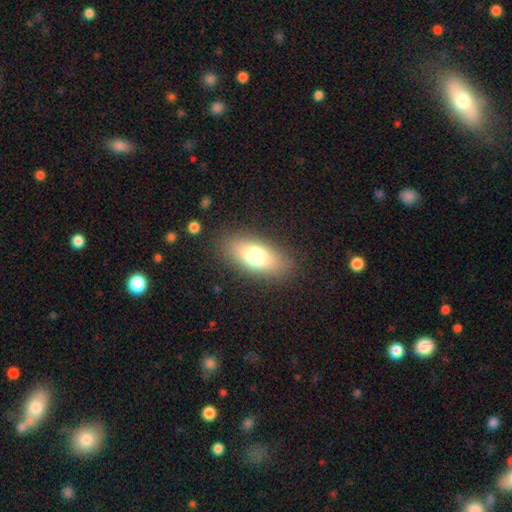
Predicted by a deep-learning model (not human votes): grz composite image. It shows a smooth galaxy with no disk features (72%) that is in between round and cigar-shaped (84%). Merging: none (86%).